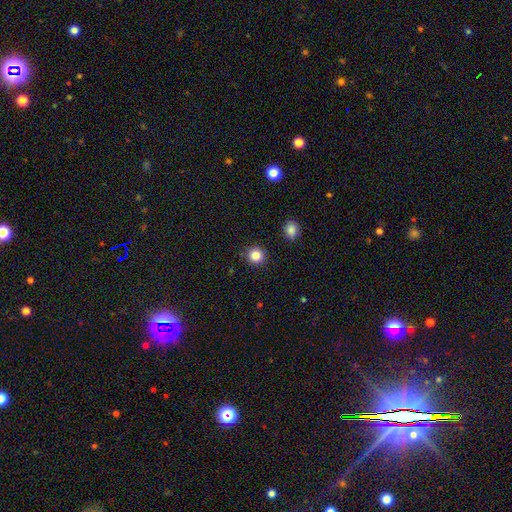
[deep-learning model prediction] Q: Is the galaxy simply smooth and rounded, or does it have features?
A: smooth — 84%.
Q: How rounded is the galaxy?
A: round — 92%.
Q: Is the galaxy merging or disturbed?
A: none — 89%.